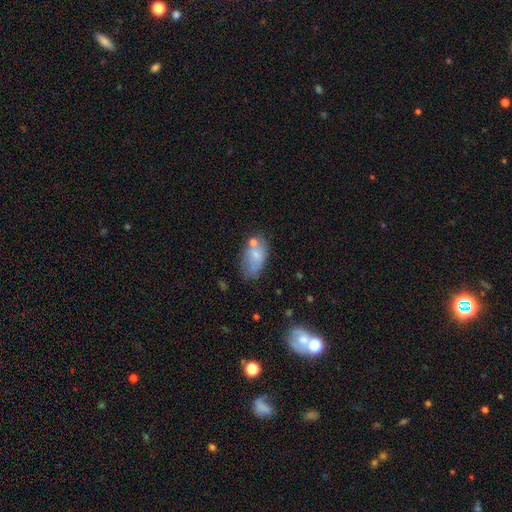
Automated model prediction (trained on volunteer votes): Smooth or featured?
  - smooth: 65% *
  - featured or disk: 26%
  - star or artifact: 9%
How rounded?
  - in between: 91% *
  - round: 6%
  - cigar-shaped: 3%
Merging?
  - none: 49% *
  - minor disturbance: 25%
  - merger: 16%
  - major disturbance: 10%